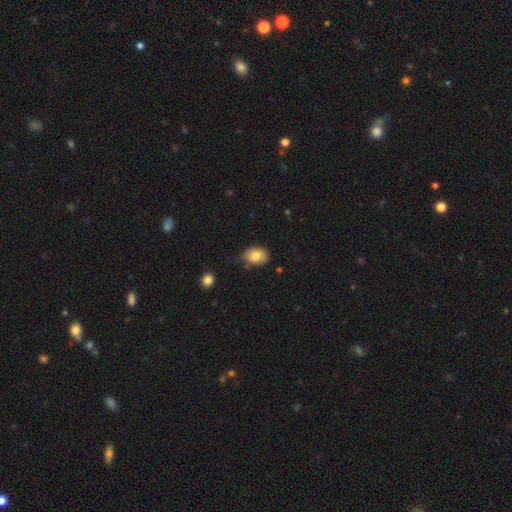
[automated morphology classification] smooth-or-featured: smooth: 83% | featured or disk: 9% | star or artifact: 8%
  how-rounded: in between: 74% | round: 25% | cigar-shaped: 1%
  merging: none: 58% | minor disturbance: 34% | major disturbance: 6% | merger: 3%